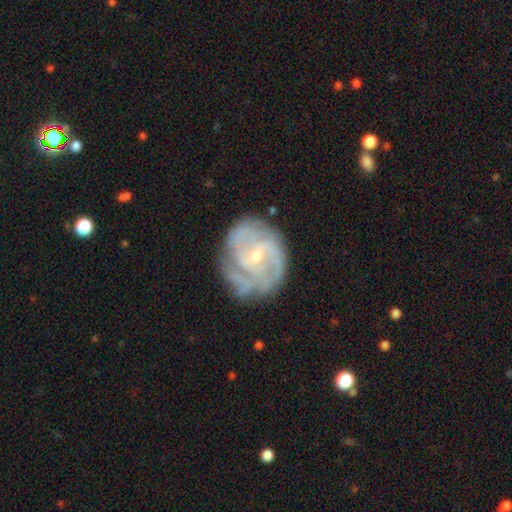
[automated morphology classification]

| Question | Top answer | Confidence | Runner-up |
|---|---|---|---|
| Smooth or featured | featured or disk | 85% | smooth (8%) |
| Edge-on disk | no | 97% | yes (3%) |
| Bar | no | 50% | weak (41%) |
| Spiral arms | yes | 95% | no (5%) |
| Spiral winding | tight | 55% | medium (36%) |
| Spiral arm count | can't tell | 27% | 3 (24%) |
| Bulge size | small | 69% | moderate (28%) |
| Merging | none | 64% | minor disturbance (23%) |